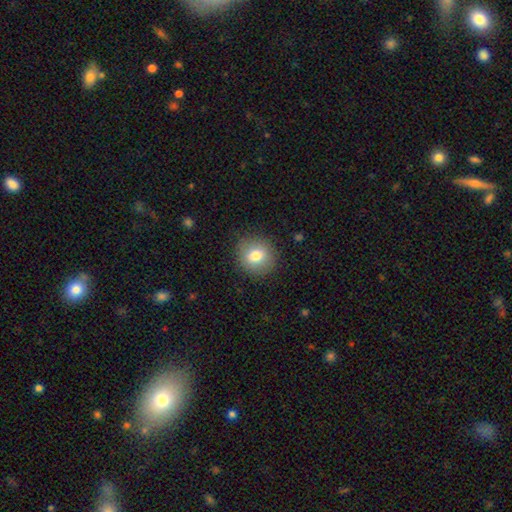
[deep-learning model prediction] Q: Smooth or featured?
A: smooth (78%); runner-up: featured or disk (12%)
Q: How rounded?
A: round (88%); runner-up: in between (11%)
Q: Merging?
A: none (88%); runner-up: minor disturbance (9%)